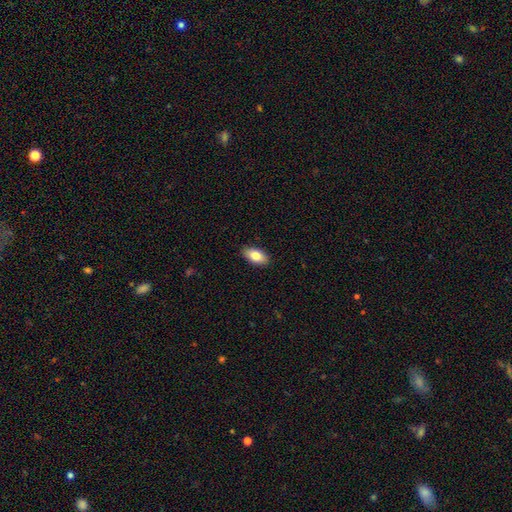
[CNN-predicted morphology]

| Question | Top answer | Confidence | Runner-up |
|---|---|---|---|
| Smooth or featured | smooth | 81% | featured or disk (12%) |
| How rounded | in between | 92% | cigar-shaped (4%) |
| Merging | none | 90% | minor disturbance (8%) |